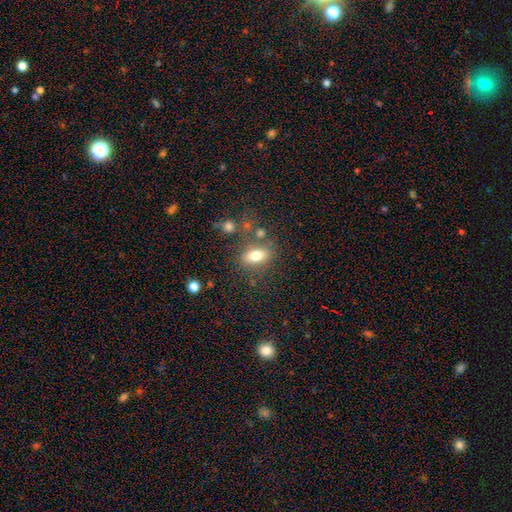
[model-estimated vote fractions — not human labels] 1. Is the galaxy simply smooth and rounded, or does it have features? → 74% smooth, 16% featured or disk, 10% star or artifact.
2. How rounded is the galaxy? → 81% in between, 13% round, 6% cigar-shaped.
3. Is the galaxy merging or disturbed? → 68% none, 15% minor disturbance, 11% merger, 7% major disturbance.